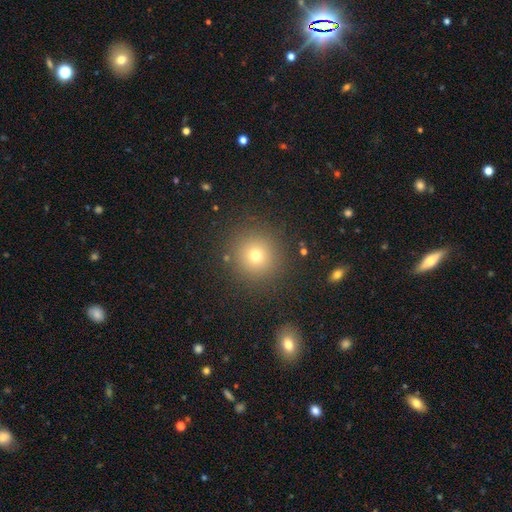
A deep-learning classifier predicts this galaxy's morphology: Smooth or featured: smooth — 72% (star or artifact — 18%)
How rounded: round — 94% (in between — 5%)
Merging: none — 89% (minor disturbance — 6%)